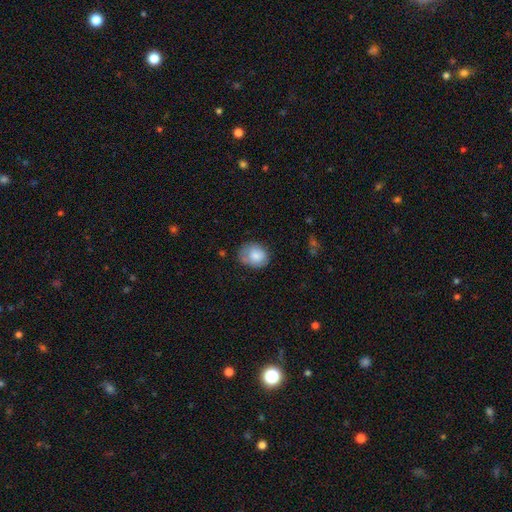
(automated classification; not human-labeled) A smooth galaxy with no disk features (77%) that is in between round and cigar-shaped (50%).

Vote fractions:
- Smooth or featured? smooth: 77% / featured or disk: 16% / star or artifact: 7%
- How rounded? in between: 50% / round: 49% / cigar-shaped: 1%
- Merging? none: 61% / minor disturbance: 28% / major disturbance: 9% / merger: 2%